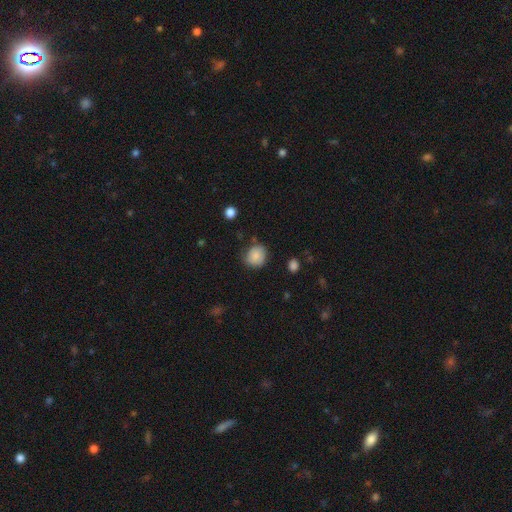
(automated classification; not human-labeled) Smooth or featured? Predicted: smooth (p=0.83). How rounded? Predicted: round (p=0.78). Merging? Predicted: none (p=0.73).